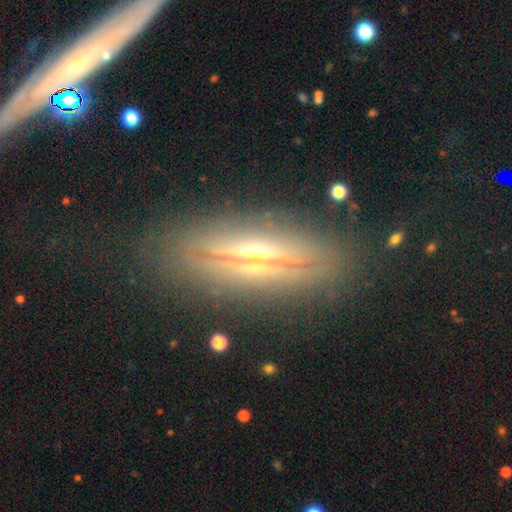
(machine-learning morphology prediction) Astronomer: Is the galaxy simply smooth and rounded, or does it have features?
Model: featured or disk — 76%.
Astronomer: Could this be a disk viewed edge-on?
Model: yes — 89%.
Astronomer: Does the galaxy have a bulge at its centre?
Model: rounded — 84%.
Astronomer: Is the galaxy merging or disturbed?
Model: none — 80%.